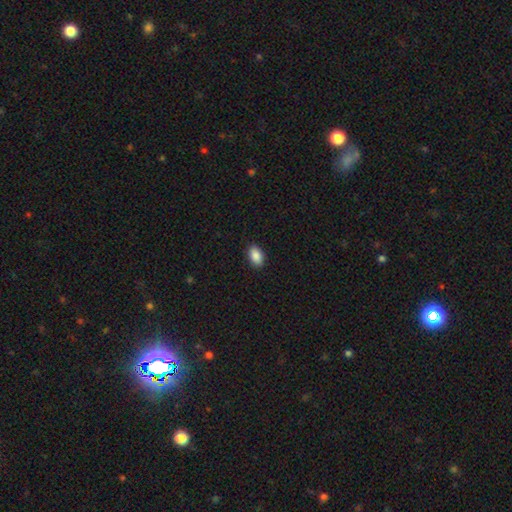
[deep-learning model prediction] smooth_or_featured: smooth (p=0.89) [alt: star or artifact p=0.08]
how_rounded: in between (p=0.91) [alt: round p=0.08]
merging: none (p=0.89) [alt: minor disturbance p=0.08]